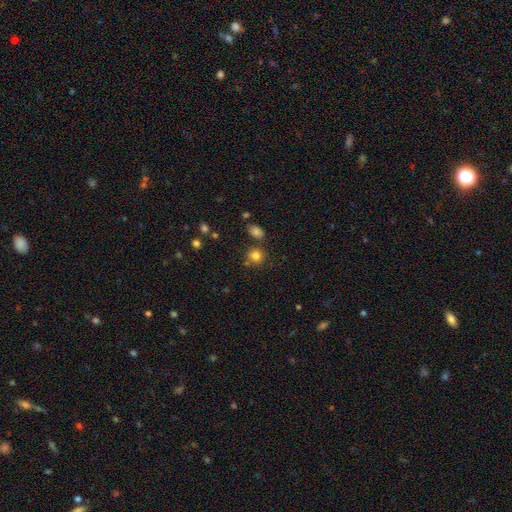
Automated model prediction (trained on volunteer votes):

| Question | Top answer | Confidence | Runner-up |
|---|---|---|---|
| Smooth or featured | smooth | 81% | star or artifact (13%) |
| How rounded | round | 84% | in between (15%) |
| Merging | none | 74% | minor disturbance (11%) |